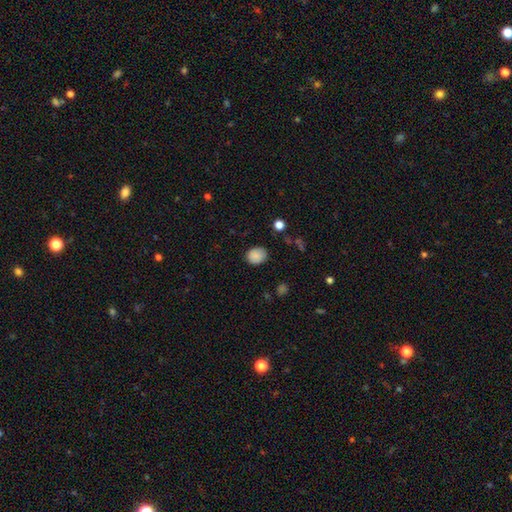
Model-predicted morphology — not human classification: Smooth or featured? smooth (87%)
How rounded? round (58%)
Merging? none (81%)